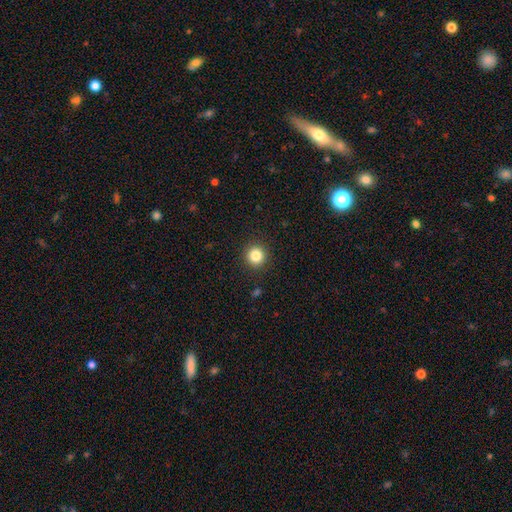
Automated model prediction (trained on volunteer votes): Overall: smooth (84%). How rounded: round (95%). Merging: none (92%).